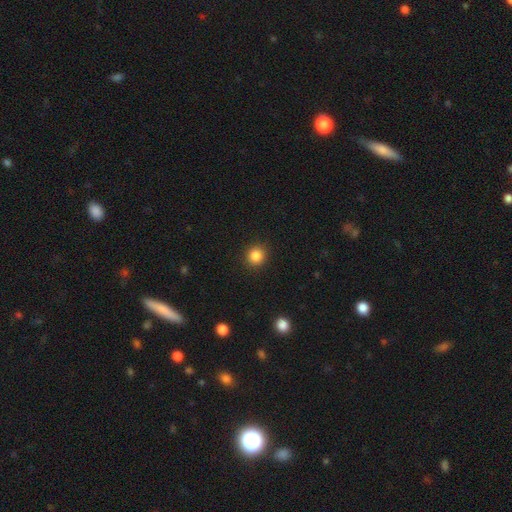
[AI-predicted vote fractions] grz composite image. It shows a smooth galaxy with no disk features (86%) that is round (90%). Merging: none (91%).